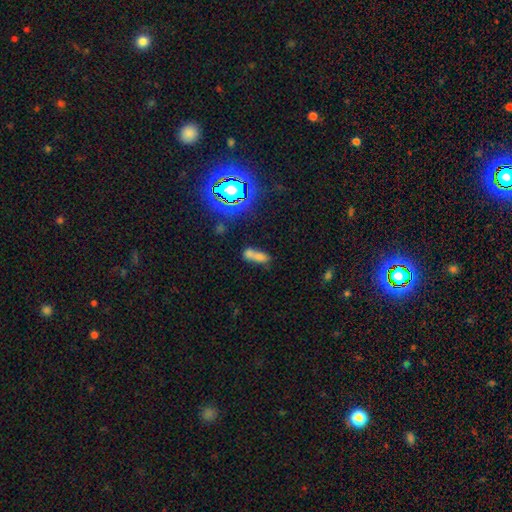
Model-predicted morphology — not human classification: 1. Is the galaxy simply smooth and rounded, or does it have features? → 65% smooth, 18% featured or disk, 17% star or artifact.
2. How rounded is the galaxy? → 67% in between, 23% cigar-shaped, 10% round.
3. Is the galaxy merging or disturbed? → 55% merger, 27% none, 11% minor disturbance, 7% major disturbance.